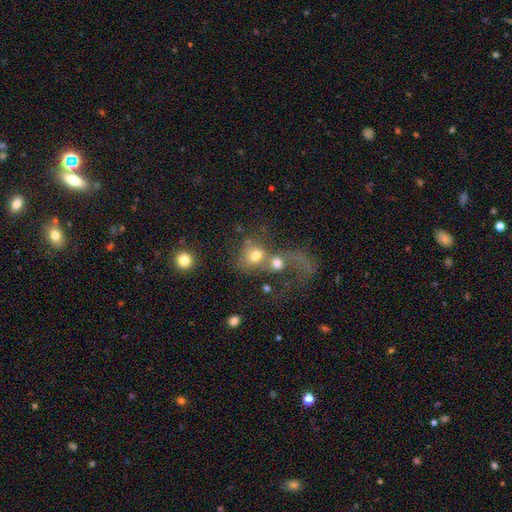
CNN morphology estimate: type=smooth (60%); roundness=round (66%); merging=merger (64%).